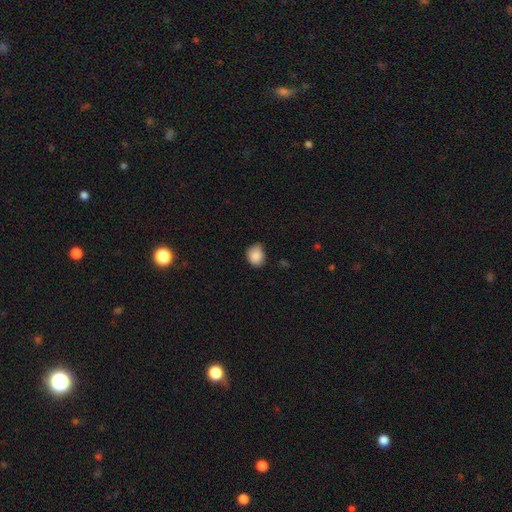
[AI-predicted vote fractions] Smooth or featured? Predicted: smooth (p=0.87). How rounded? Predicted: round (p=0.52). Merging? Predicted: none (p=0.63).